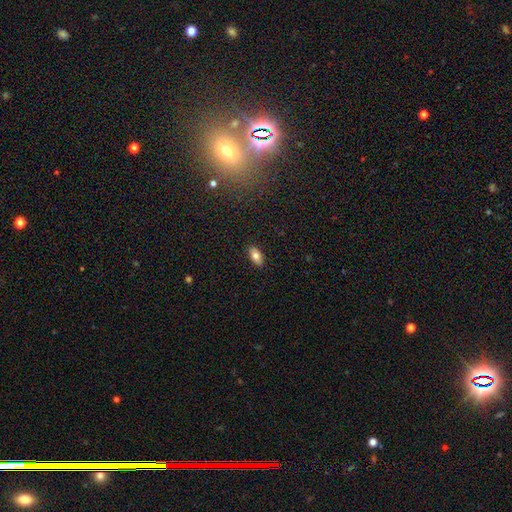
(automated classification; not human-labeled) Q: Smooth or featured?
A: smooth (77%); runner-up: featured or disk (15%)
Q: How rounded?
A: in between (90%); runner-up: cigar-shaped (6%)
Q: Merging?
A: none (89%); runner-up: minor disturbance (8%)